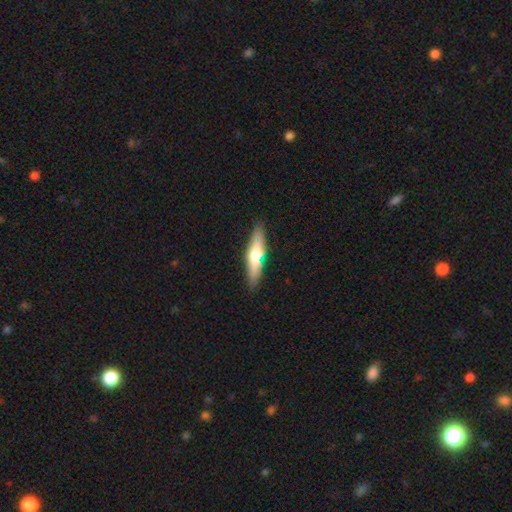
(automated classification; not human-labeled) smooth_or_featured: smooth (p=0.55) [alt: featured or disk p=0.39]
how_rounded: cigar-shaped (p=0.72) [alt: in between p=0.26]
merging: none (p=0.86) [alt: minor disturbance p=0.11]